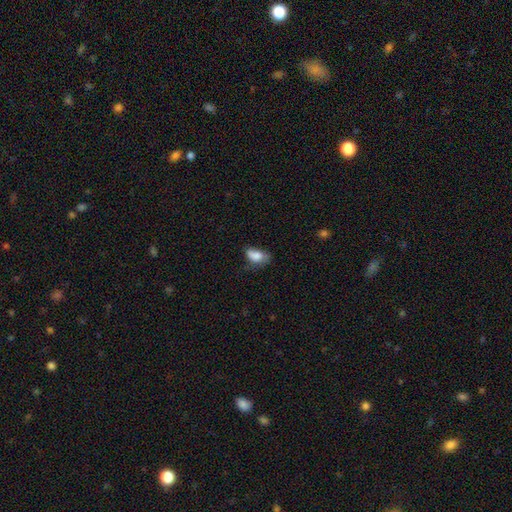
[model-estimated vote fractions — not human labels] smooth 78%, featured or disk 13%, star or artifact 8%. Down the decision tree: how rounded — in between (89%); merging — minor disturbance (38%).